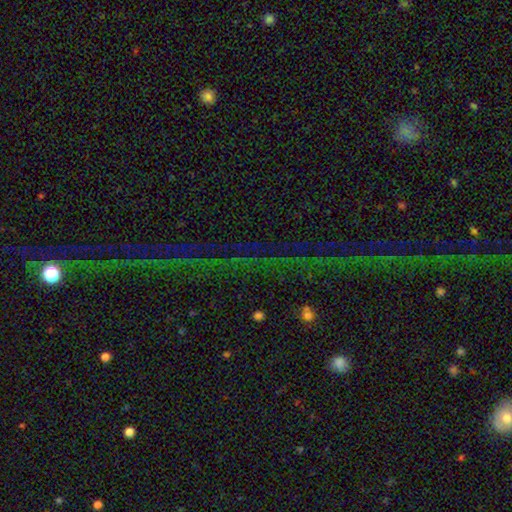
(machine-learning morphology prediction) Q: Smooth or featured?
A: star or artifact (76%); runner-up: featured or disk (12%)